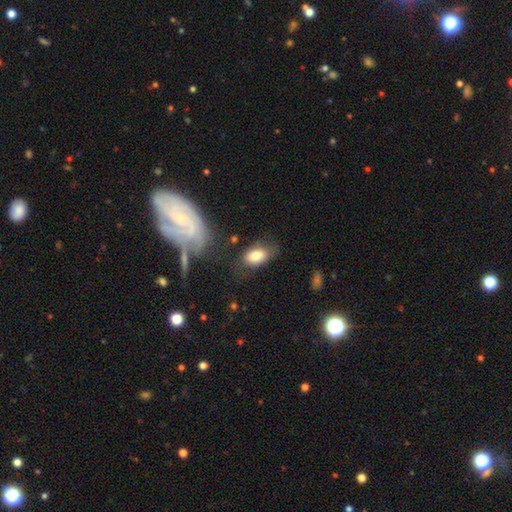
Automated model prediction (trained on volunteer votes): Smooth or featured? Predicted: smooth (p=0.80). How rounded? Predicted: in between (p=0.90). Merging? Predicted: none (p=0.65).